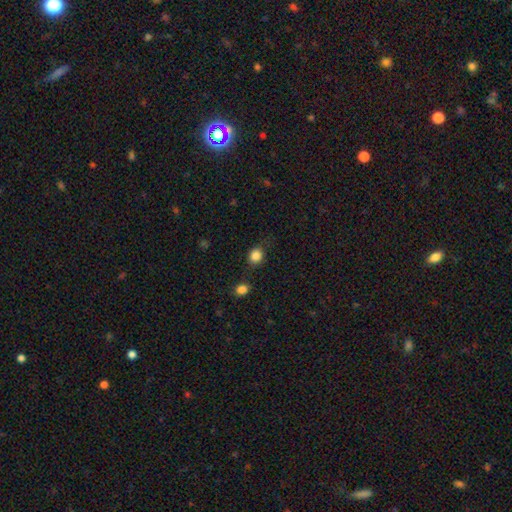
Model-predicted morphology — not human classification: This is clearly a smooth galaxy (84%). How rounded: likely round (70%). Merging: likely none (74%).